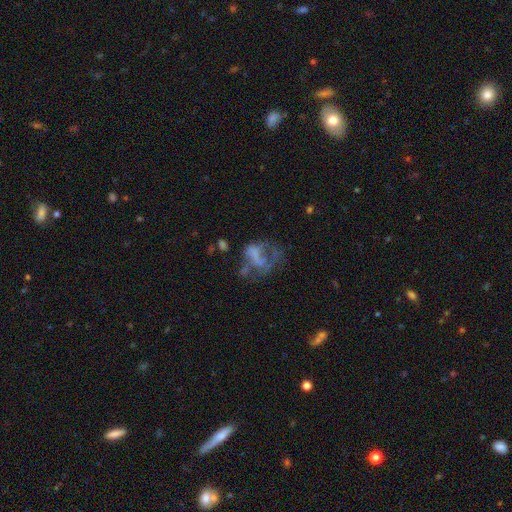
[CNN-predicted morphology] Overall: featured or disk (52%; smooth 31%). Edge-on disk: no (98%). Bar: no (79%). Spiral arms: no (82%). Bulge size: none (74%). Merging: major disturbance (48%; none 27%).